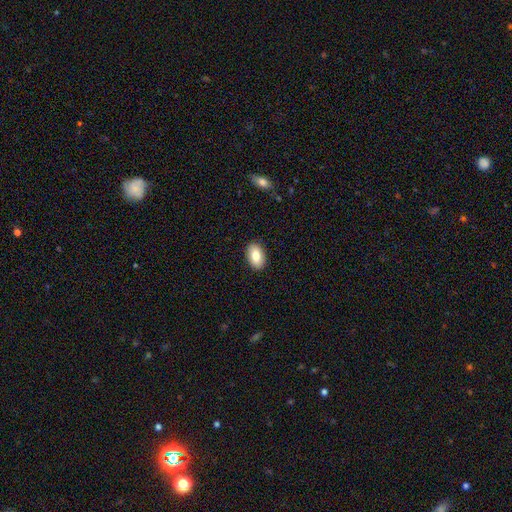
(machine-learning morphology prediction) smooth 81%, featured or disk 12%, star or artifact 7%. Down the decision tree: how rounded — in between (91%); merging — none (90%).